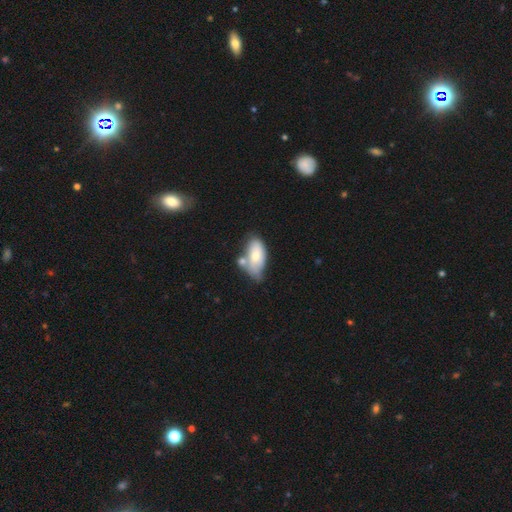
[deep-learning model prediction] The model was most divided on "merging": none: 37%, merger: 29%, minor disturbance: 25%, major disturbance: 8%. More confident: how rounded — in between (92%); smooth or featured — smooth (66%).